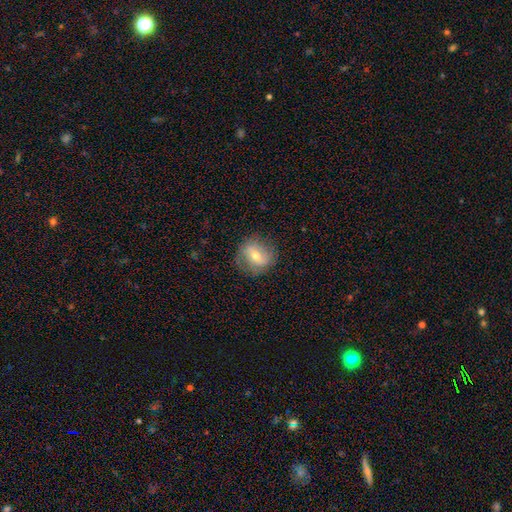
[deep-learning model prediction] Morphology: type=smooth (50%); merging=none (79%).